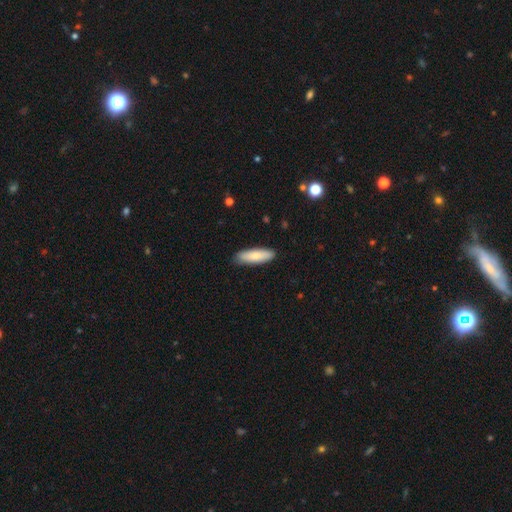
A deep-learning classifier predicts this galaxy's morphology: A smooth galaxy with no disk features (77%) that is cigar-shaped (52%).

Vote fractions:
- Smooth or featured? smooth: 77% / featured or disk: 17% / star or artifact: 5%
- How rounded? cigar-shaped: 52% / in between: 46% / round: 2%
- Merging? none: 88% / minor disturbance: 9% / major disturbance: 2% / merger: 1%